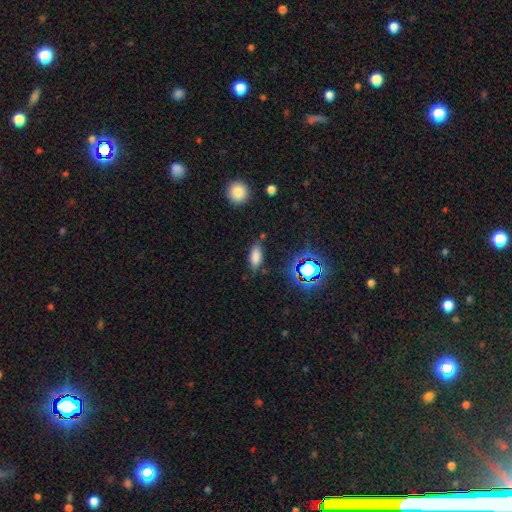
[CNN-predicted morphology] A smooth galaxy with no disk features (76%) that is in between round and cigar-shaped (82%). Merging: none (74%).